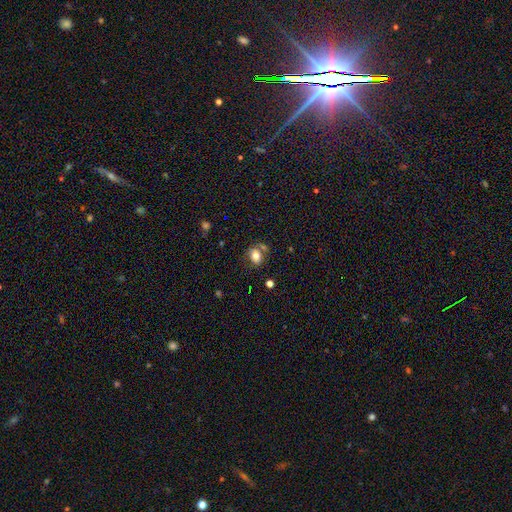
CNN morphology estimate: smooth_or_featured: smooth (p=0.76) [alt: featured or disk p=0.14]
how_rounded: in between (p=0.68) [alt: round p=0.31]
merging: none (p=0.60) [alt: merger p=0.18]